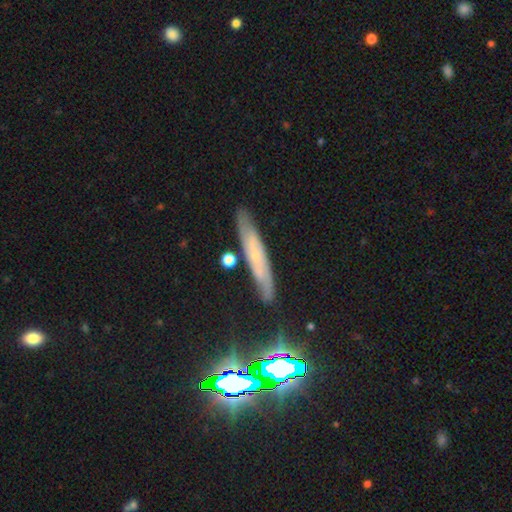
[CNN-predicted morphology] type=featured or disk (52%); edge-on=yes (64%); merging=none (80%).